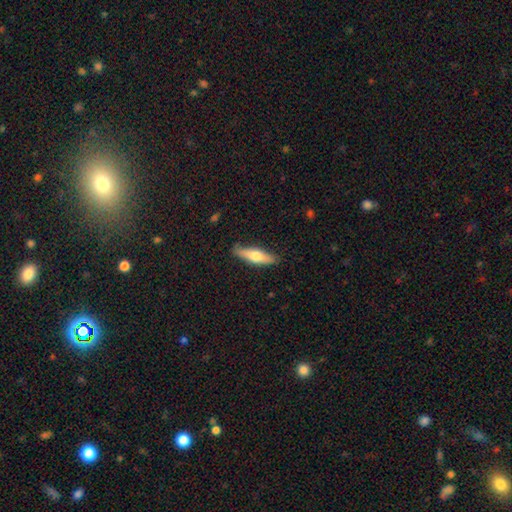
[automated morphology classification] Smooth or featured? smooth (58%)
How rounded? cigar-shaped (66%)
Merging? none (83%)